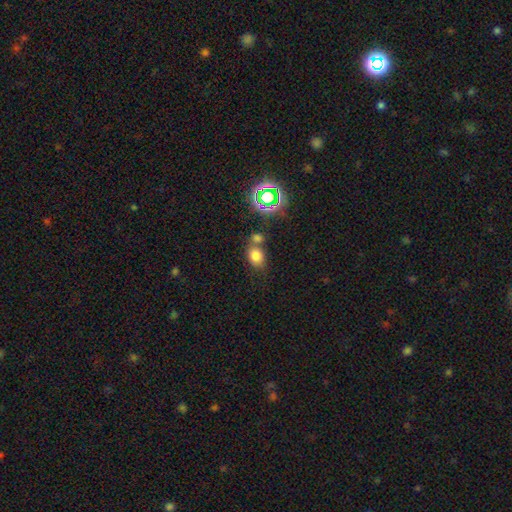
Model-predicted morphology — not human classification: Smooth or featured: smooth — 74% (star or artifact — 17%)
How rounded: in between — 56% (round — 43%)
Merging: none — 53% (merger — 31%)